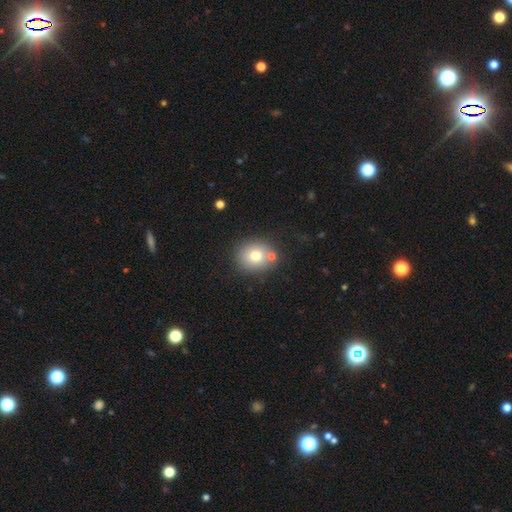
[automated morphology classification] This appears to be a smooth galaxy with no disk features (74%) that is round (74%). Merging: none (73%).